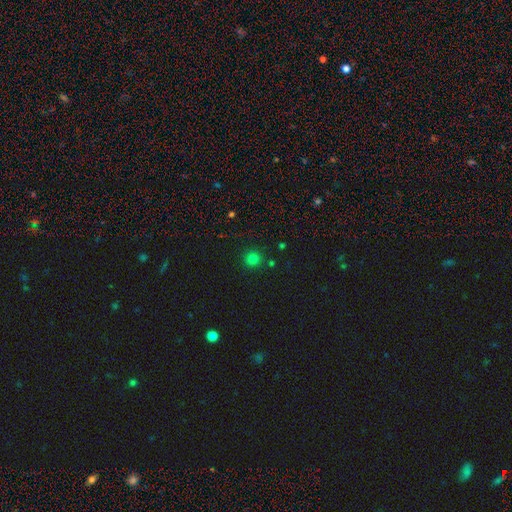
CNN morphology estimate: Overall: smooth (60%; star or artifact 35%). How rounded: round (94%). Merging: none (88%).